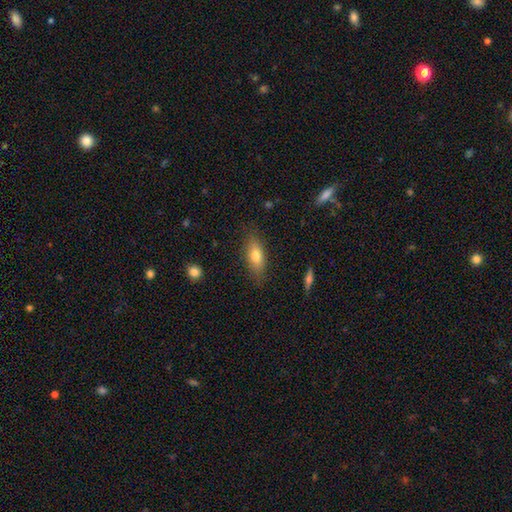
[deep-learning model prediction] Smooth or featured?
  - smooth: 75% *
  - featured or disk: 17%
  - star or artifact: 7%
How rounded?
  - in between: 73% *
  - cigar-shaped: 23%
  - round: 3%
Merging?
  - none: 82% *
  - minor disturbance: 13%
  - major disturbance: 3%
  - merger: 1%